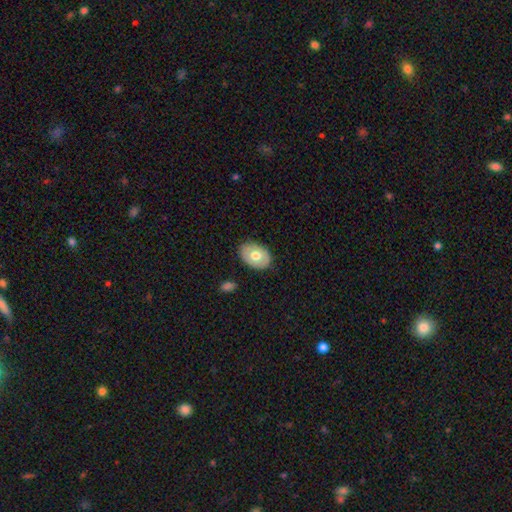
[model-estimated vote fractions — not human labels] Smooth or featured?
  - smooth: 60% *
  - featured or disk: 34%
  - star or artifact: 6%
How rounded?
  - in between: 77% *
  - round: 22%
  - cigar-shaped: 1%
Merging?
  - none: 85% *
  - minor disturbance: 11%
  - major disturbance: 3%
  - merger: 1%